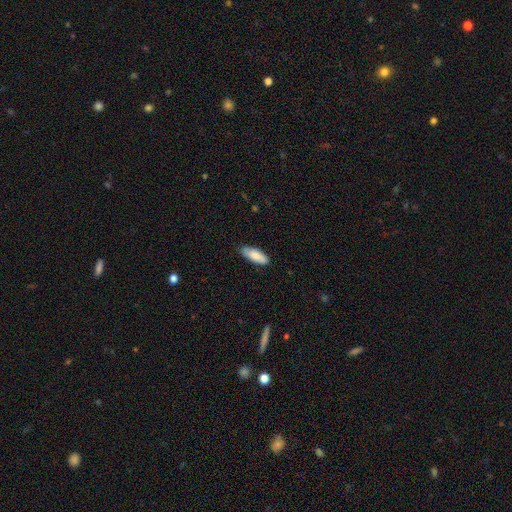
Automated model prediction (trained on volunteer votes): smooth 82%, featured or disk 12%, star or artifact 6%. Down the decision tree: how rounded — in between (67%); merging — none (81%).